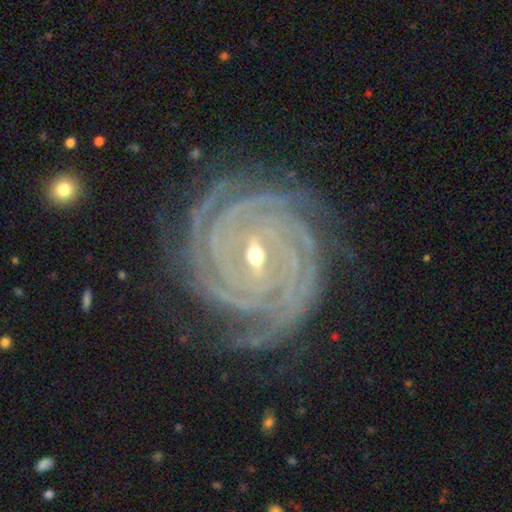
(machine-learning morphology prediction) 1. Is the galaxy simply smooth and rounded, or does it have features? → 92% featured or disk, 5% star or artifact, 3% smooth.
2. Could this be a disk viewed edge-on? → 97% no, 3% yes.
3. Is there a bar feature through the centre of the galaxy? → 41% weak, 40% strong, 19% no.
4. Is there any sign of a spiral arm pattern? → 99% yes, 1% no.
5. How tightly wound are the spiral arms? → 88% tight, 10% medium, 2% loose.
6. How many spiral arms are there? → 25% 4, 19% 3, 17% more than 4, 16% can't tell, 15% 2, 8% 1.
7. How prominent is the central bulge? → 56% small, 41% moderate, 1% large, 1% none, 1% dominant.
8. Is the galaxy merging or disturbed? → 78% none, 15% minor disturbance, 5% major disturbance, 1% merger.